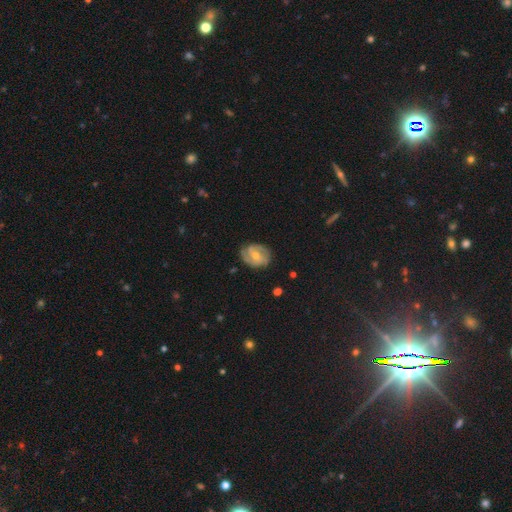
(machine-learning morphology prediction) A featured or disk galaxy (75%) with no bar (47%), 2 (44%) tight (43%) spiral arms (92%) and a moderate central bulge (49%).

Vote fractions:
- Smooth or featured? featured or disk: 75% / smooth: 19% / star or artifact: 6%
- Edge-on disk? no: 97% / yes: 3%
- Bar? no: 47% / weak: 42% / strong: 12%
- Spiral arms? yes: 92% / no: 8%
- Spiral winding? tight: 43% / medium: 42% / loose: 15%
- Spiral arm count? 2: 44% / 3: 26% / can't tell: 19% / 4: 4% / 1: 4% / more than 4: 3%
- Bulge size? moderate: 49% / small: 46% / none: 2% / large: 2% / dominant: 1%
- Merging? none: 74% / minor disturbance: 19% / major disturbance: 6% / merger: 1%